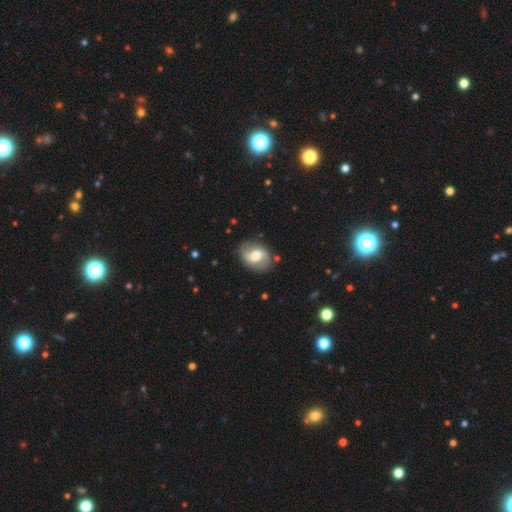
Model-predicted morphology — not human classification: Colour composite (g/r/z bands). It shows a featured or disk galaxy (48%). Merging: none (82%).